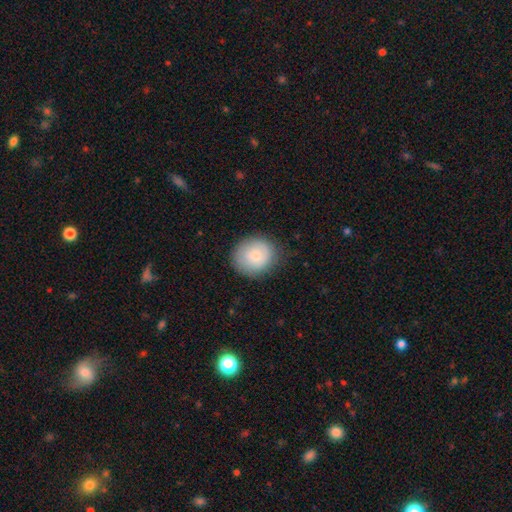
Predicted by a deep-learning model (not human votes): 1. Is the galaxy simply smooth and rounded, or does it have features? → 79% smooth, 14% featured or disk, 7% star or artifact.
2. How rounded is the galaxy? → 80% round, 19% in between, 1% cigar-shaped.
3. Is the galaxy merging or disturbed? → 79% none, 16% minor disturbance, 4% major disturbance, 1% merger.